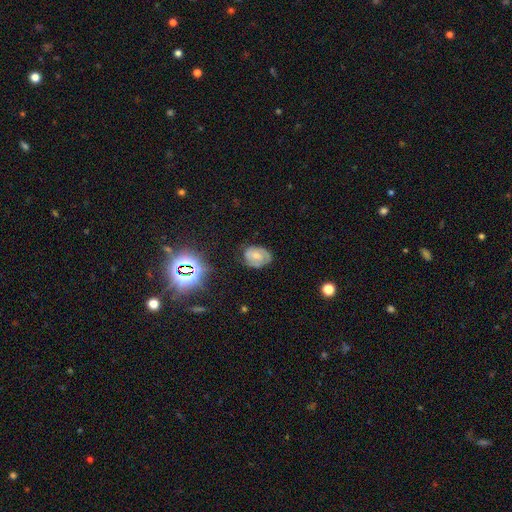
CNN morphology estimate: Smooth or featured? Predicted: featured or disk (p=0.47). Merging? Predicted: none (p=0.65).